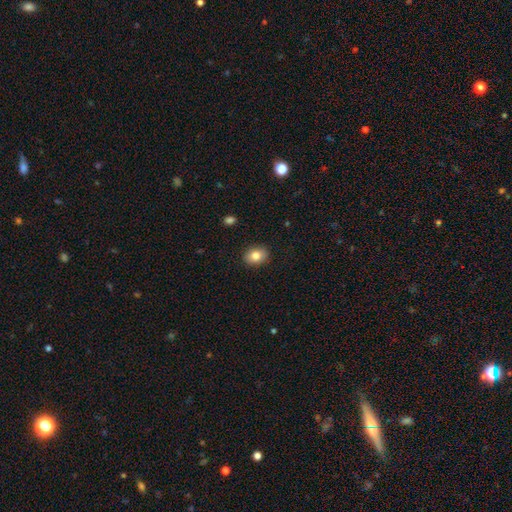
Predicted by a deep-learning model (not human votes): Smooth or featured: smooth — 83% (featured or disk — 9%)
How rounded: in between — 63% (round — 36%)
Merging: none — 89% (minor disturbance — 8%)